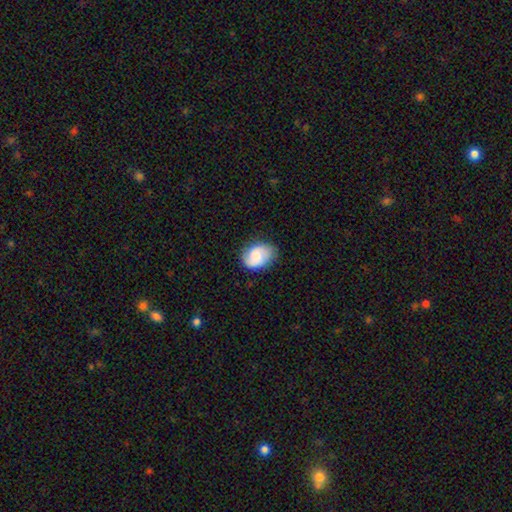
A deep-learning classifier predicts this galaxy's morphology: Smooth or featured: smooth — 62% (featured or disk — 31%)
How rounded: in between — 72% (round — 27%)
Merging: none — 71% (minor disturbance — 22%)